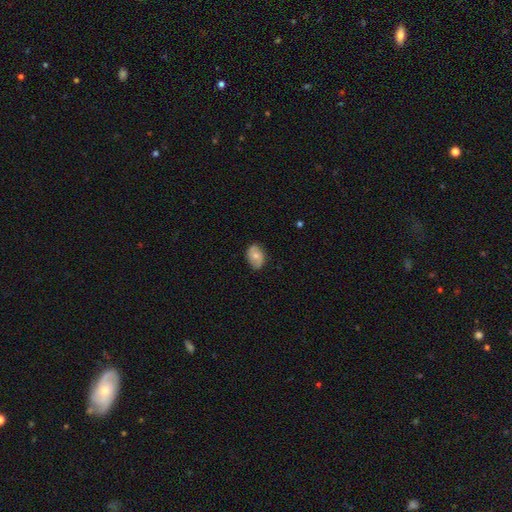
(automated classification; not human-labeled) This is possibly a smooth galaxy (58%). How rounded: clearly in between (81%). Merging: likely none (78%).